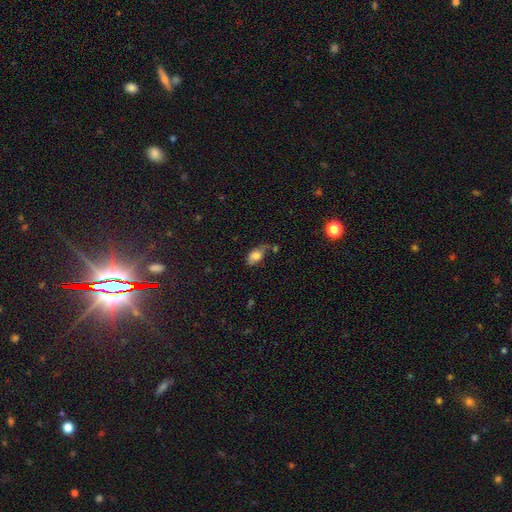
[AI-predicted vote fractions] Smooth or featured? Predicted: smooth (p=0.76). How rounded? Predicted: in between (p=0.89). Merging? Predicted: none (p=0.42).